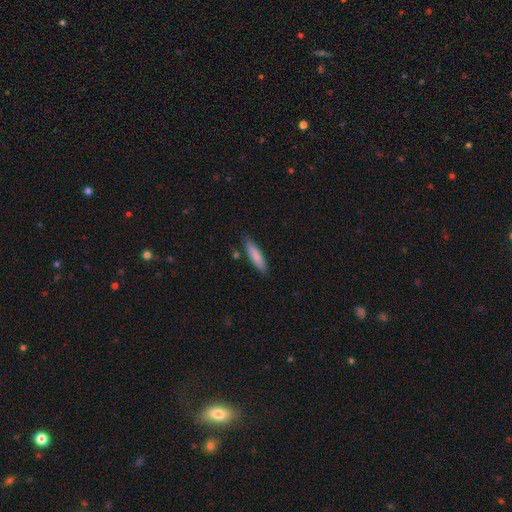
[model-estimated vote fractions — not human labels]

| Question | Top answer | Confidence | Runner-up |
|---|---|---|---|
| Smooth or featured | smooth | 81% | featured or disk (13%) |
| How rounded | cigar-shaped | 77% | in between (22%) |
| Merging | none | 83% | minor disturbance (12%) |